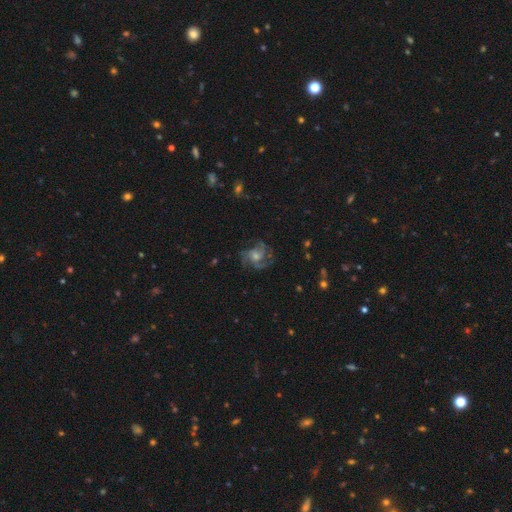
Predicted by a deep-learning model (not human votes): featured or disk 81%, star or artifact 10%, smooth 8%. Down the decision tree: edge-on disk — no (98%); bar — no (67%); spiral arms — yes (97%); spiral arm count — 3 (41%); spiral winding — medium (50%); bulge size — moderate (53%); merging — none (74%).